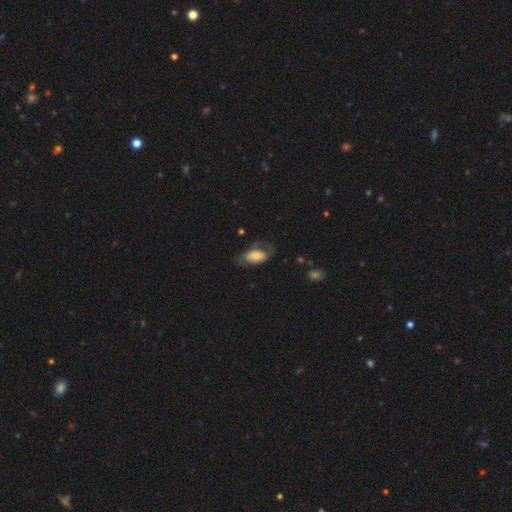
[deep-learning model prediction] Morphology: type=smooth (56%); roundness=in between (90%); merging=none (50%).